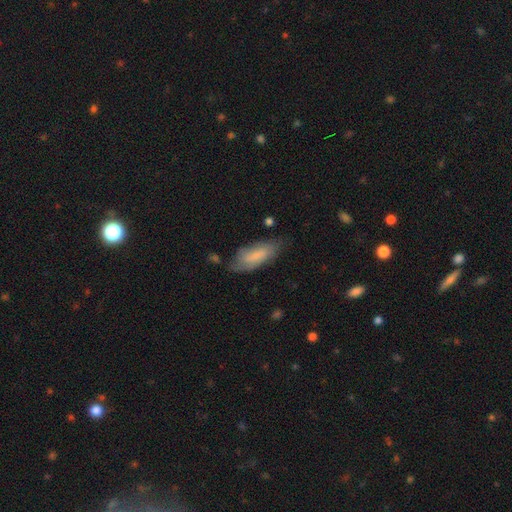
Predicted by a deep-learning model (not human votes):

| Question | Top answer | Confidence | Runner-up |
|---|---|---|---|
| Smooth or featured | smooth | 72% | featured or disk (21%) |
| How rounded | in between | 72% | cigar-shaped (27%) |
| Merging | none | 64% | minor disturbance (27%) |